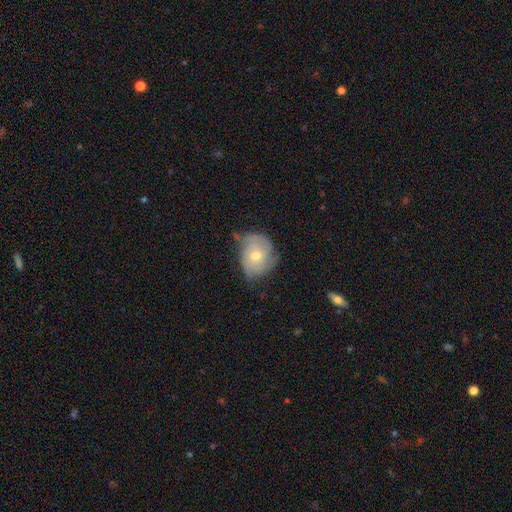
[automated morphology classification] The model was most divided on "smooth or featured": featured or disk: 49%, smooth: 42%, star or artifact: 8%. Remaining: merging — none (49%).